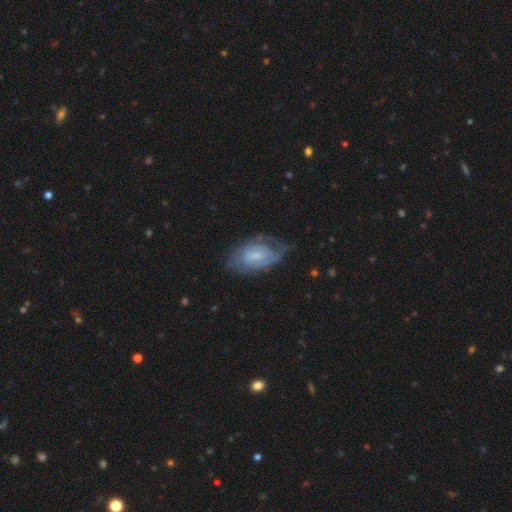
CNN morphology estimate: Smooth or featured? Predicted: featured or disk (p=0.65). Edge-on disk? Predicted: no (p=0.94). Bar? Predicted: weak (p=0.52). Spiral arms? Predicted: yes (p=0.76). Bulge size? Predicted: small (p=0.47). Merging? Predicted: none (p=0.55).